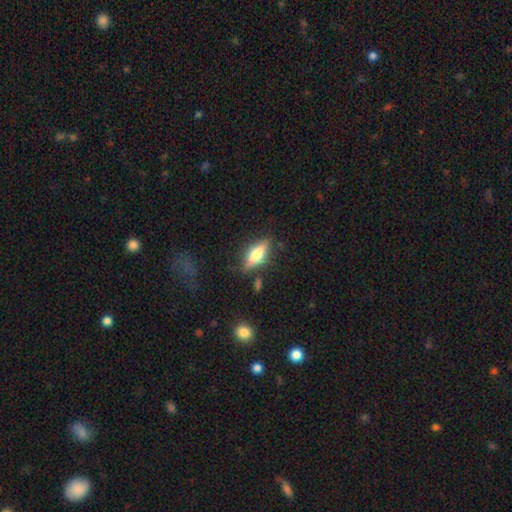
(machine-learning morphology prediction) A smooth galaxy with no disk features (52%) that is in between round and cigar-shaped (57%).

Vote fractions:
- Smooth or featured? smooth: 52% / featured or disk: 41% / star or artifact: 8%
- How rounded? in between: 57% / cigar-shaped: 40% / round: 3%
- Merging? none: 75% / minor disturbance: 17% / major disturbance: 6% / merger: 3%